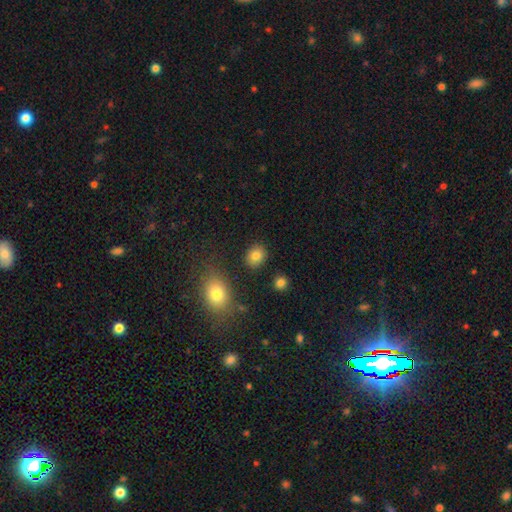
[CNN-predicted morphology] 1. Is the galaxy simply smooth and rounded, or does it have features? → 84% smooth, 10% star or artifact, 7% featured or disk.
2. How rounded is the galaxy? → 50% in between, 49% round, 1% cigar-shaped.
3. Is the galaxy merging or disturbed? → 86% none, 8% minor disturbance, 3% merger, 3% major disturbance.